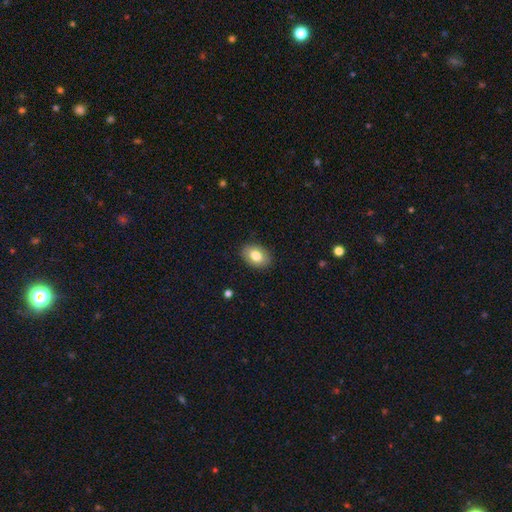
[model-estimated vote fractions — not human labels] This appears to be a smooth galaxy with no disk features (80%) that is in between round and cigar-shaped (82%). Merging: none (88%).